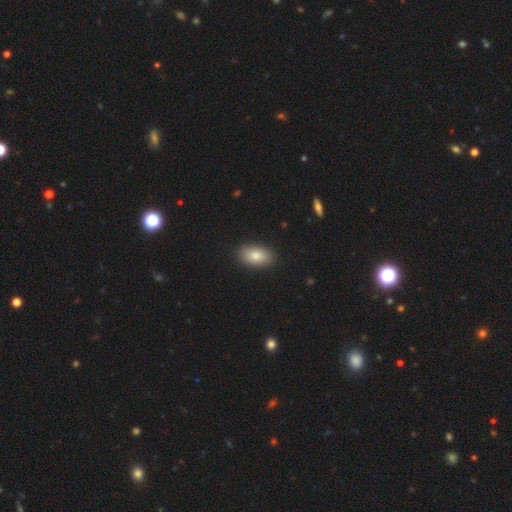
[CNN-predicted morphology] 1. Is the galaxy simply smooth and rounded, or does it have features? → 84% smooth, 9% featured or disk, 7% star or artifact.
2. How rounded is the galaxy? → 92% in between, 6% round, 2% cigar-shaped.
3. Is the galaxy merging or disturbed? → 89% none, 8% minor disturbance, 2% major disturbance, 1% merger.